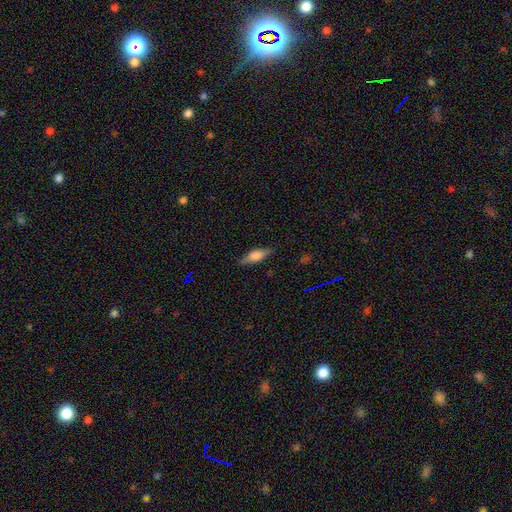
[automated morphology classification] type=smooth (63%); roundness=in between (59%); merging=none (82%).